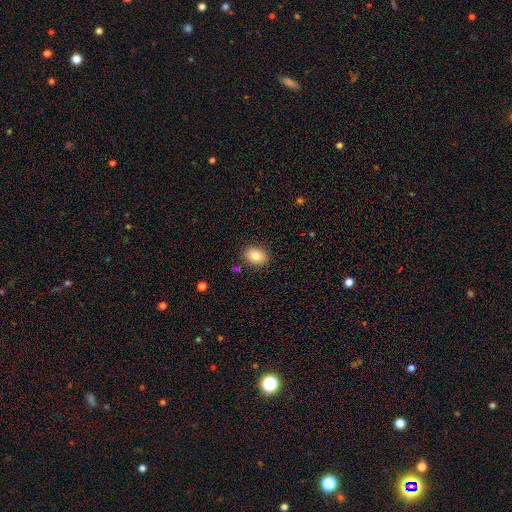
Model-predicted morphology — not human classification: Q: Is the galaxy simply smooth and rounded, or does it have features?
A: smooth — 83%.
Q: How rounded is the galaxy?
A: in between — 68%.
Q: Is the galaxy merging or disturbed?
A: none — 86%.